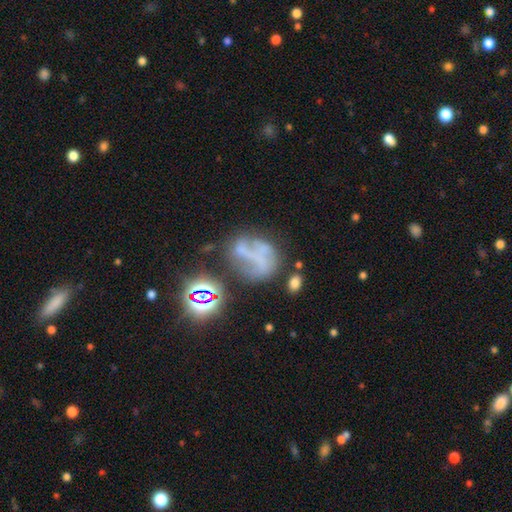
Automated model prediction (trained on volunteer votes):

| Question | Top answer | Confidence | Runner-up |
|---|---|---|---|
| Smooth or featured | featured or disk | 45% | star or artifact (29%) |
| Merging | none | 39% | major disturbance (28%) |